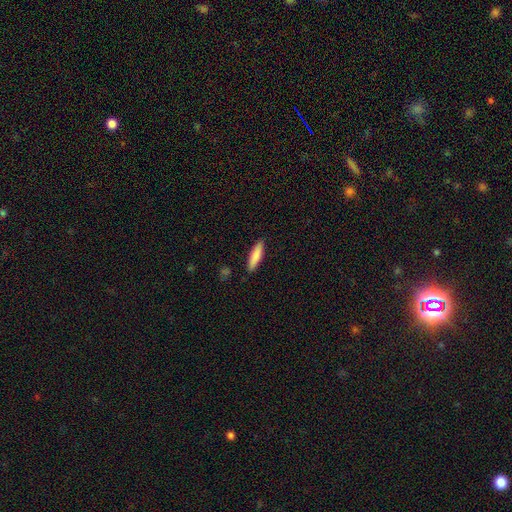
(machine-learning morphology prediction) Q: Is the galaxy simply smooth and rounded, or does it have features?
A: smooth — 82%.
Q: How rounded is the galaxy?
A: cigar-shaped — 76%.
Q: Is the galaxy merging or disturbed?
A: none — 89%.